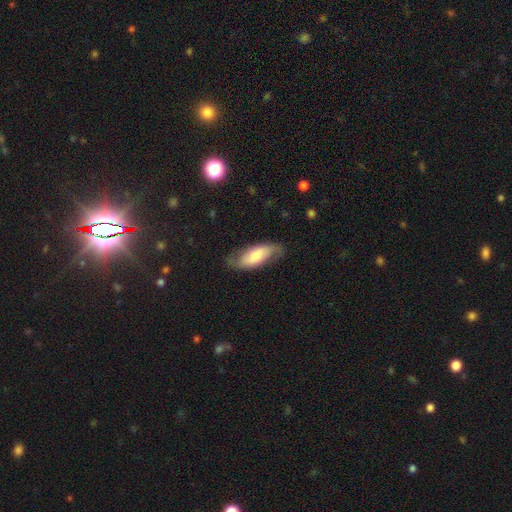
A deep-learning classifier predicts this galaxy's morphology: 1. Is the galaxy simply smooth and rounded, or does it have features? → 52% smooth, 42% featured or disk, 6% star or artifact.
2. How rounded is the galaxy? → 80% in between, 18% cigar-shaped, 3% round.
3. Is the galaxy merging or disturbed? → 67% none, 24% minor disturbance, 7% major disturbance, 1% merger.